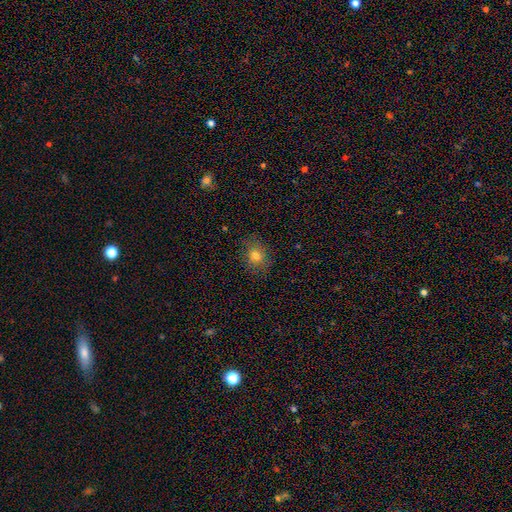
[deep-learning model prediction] Overall: smooth (75%). How rounded: round (54%; in between 45%). Merging: none (80%).